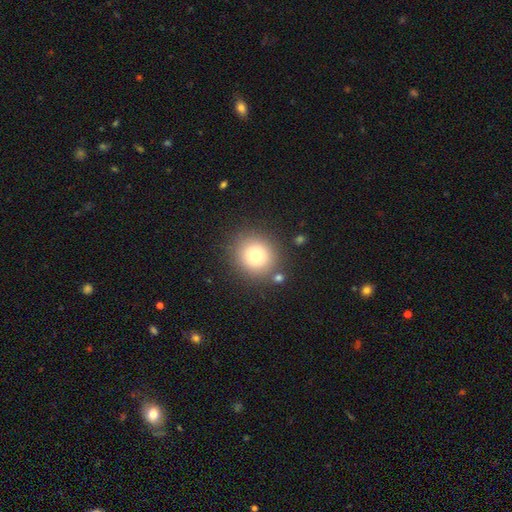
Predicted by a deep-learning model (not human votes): Q: Smooth or featured?
A: smooth (74%); runner-up: star or artifact (13%)
Q: How rounded?
A: round (90%); runner-up: in between (9%)
Q: Merging?
A: none (84%); runner-up: minor disturbance (8%)